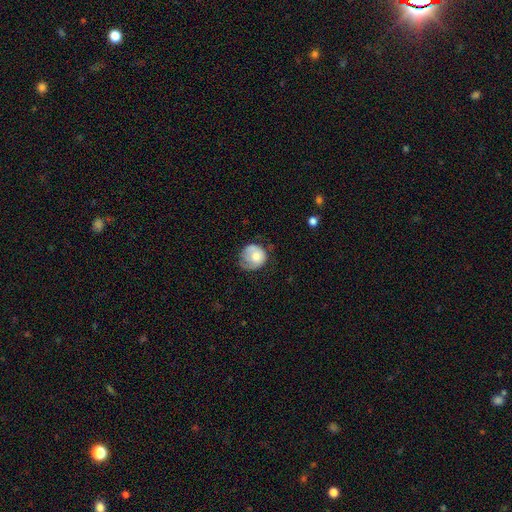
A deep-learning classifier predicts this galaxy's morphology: Smooth or featured: smooth — 65% (featured or disk — 28%)
How rounded: round — 82% (in between — 17%)
Merging: none — 44% (minor disturbance — 34%)